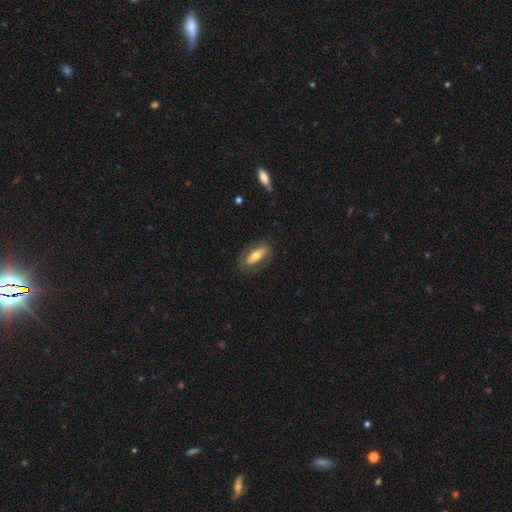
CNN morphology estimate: A featured or disk galaxy (49%). Merging: none (75%).